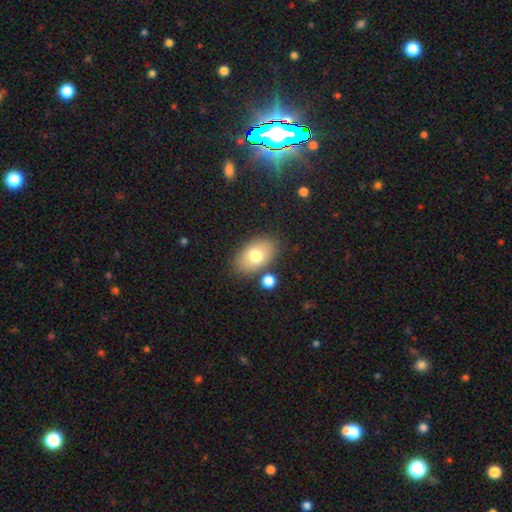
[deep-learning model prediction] This appears to be a smooth galaxy with no disk features (75%) that is in between round and cigar-shaped (90%). Merging: none (78%).